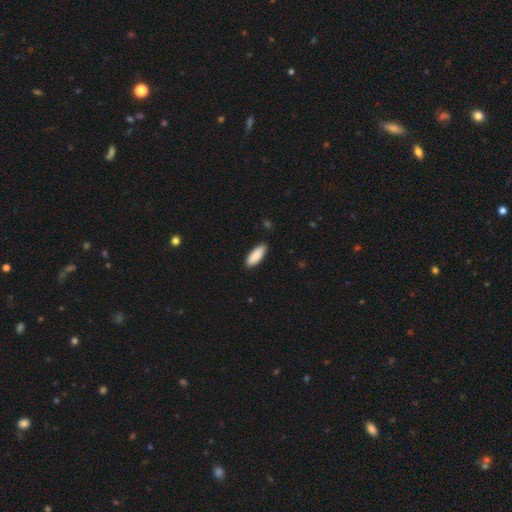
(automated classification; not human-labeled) This is clearly a smooth galaxy (90%). How rounded: likely in between (68%). Merging: clearly none (87%).